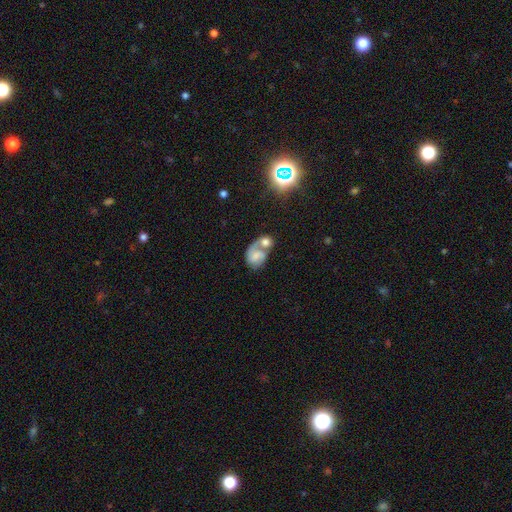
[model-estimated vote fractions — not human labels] This appears to be a featured or disk galaxy (50%). Merging: merger (58%).